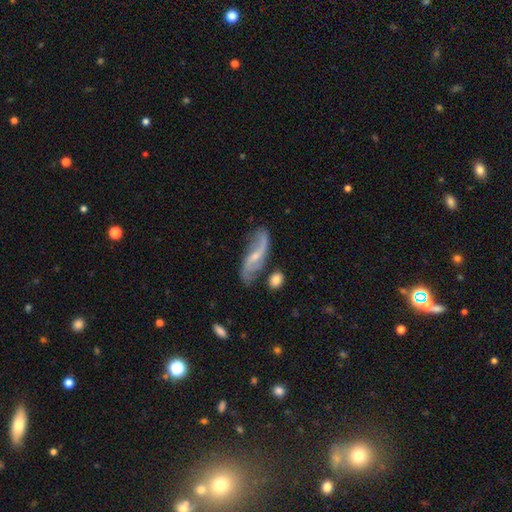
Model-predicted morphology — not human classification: smooth-or-featured: featured or disk: 83% | smooth: 12% | star or artifact: 6%
  disk-edge-on: no: 91% | yes: 9%
    bar: weak: 42% | no: 34% | strong: 24%
    has-spiral-arms: yes: 94% | no: 6%
      spiral-winding: loose: 72% | medium: 21% | tight: 7%
      spiral-arm-count: 2: 90% | can't tell: 4% | 1: 3% | 3: 1% | 4: 1% | more than 4: 1%
    bulge-size: small: 68% | moderate: 24% | none: 5% | large: 1% | dominant: 1%
  merging: none: 64% | minor disturbance: 20% | major disturbance: 8% | merger: 7%